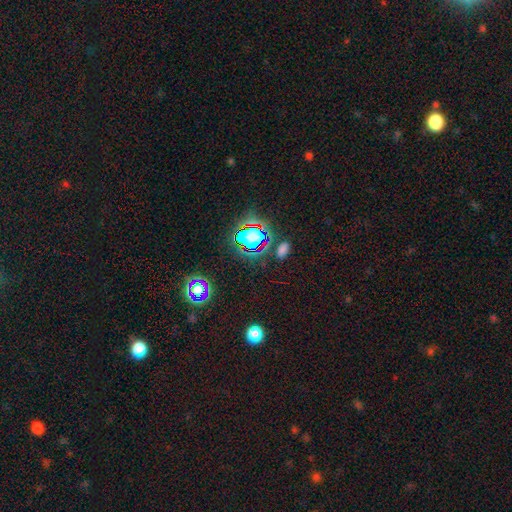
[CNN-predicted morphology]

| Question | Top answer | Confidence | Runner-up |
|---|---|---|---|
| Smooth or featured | star or artifact | 79% | smooth (13%) |